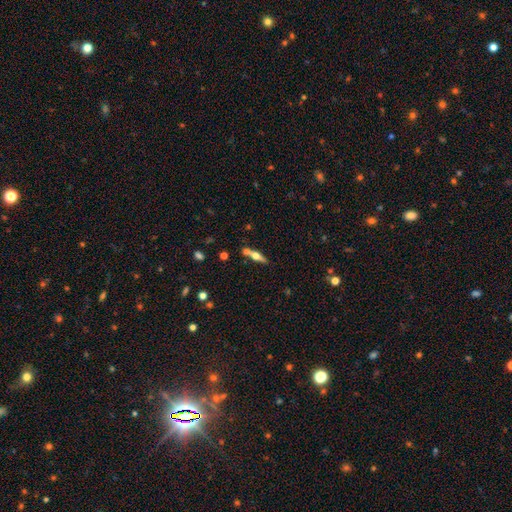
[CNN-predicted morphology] This appears to be a featured or disk galaxy (60%) viewed edge-on (94%) with a rounded central bulge (94%). Merging: none (69%).